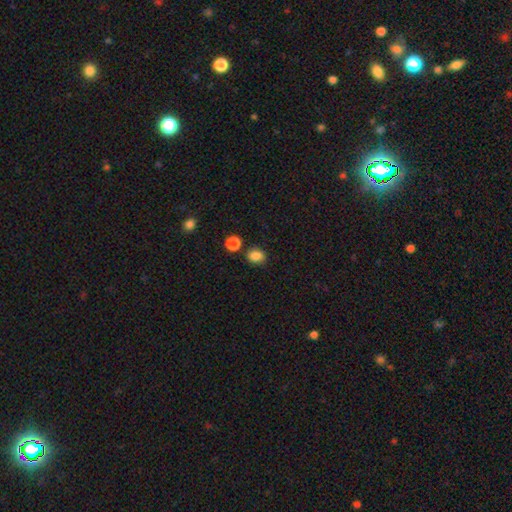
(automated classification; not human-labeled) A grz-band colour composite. It shows a smooth galaxy with no disk features (85%) that is round (51%). Merging: none (79%).